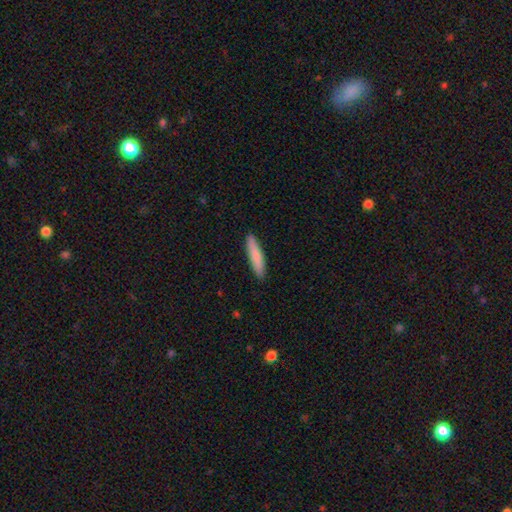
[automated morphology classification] Q: Smooth or featured?
A: smooth (82%); runner-up: featured or disk (13%)
Q: How rounded?
A: cigar-shaped (87%); runner-up: in between (12%)
Q: Merging?
A: none (90%); runner-up: minor disturbance (8%)